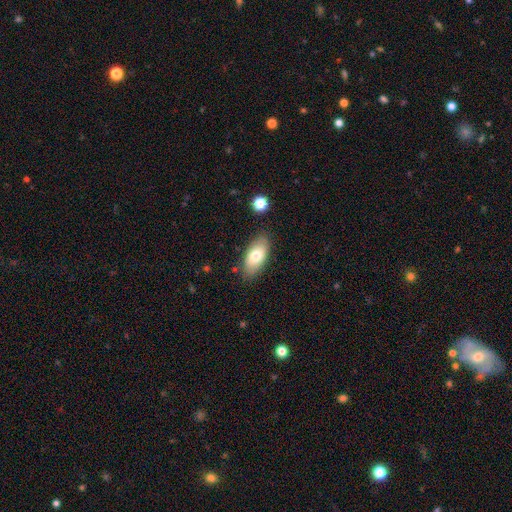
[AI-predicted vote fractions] smooth 75%, featured or disk 19%, star or artifact 7%. Down the decision tree: how rounded — in between (91%); merging — none (82%).